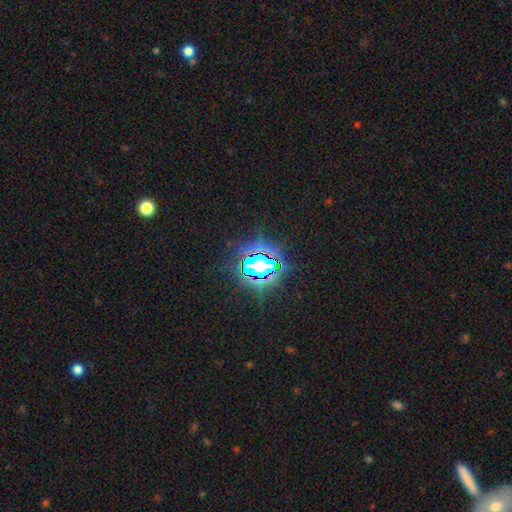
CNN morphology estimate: type=star or artifact (81%).